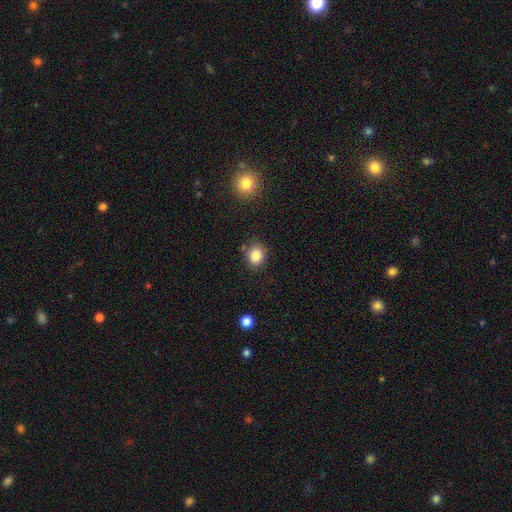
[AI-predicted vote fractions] Overall: smooth (84%). How rounded: round (61%; in between 38%). Merging: none (79%).